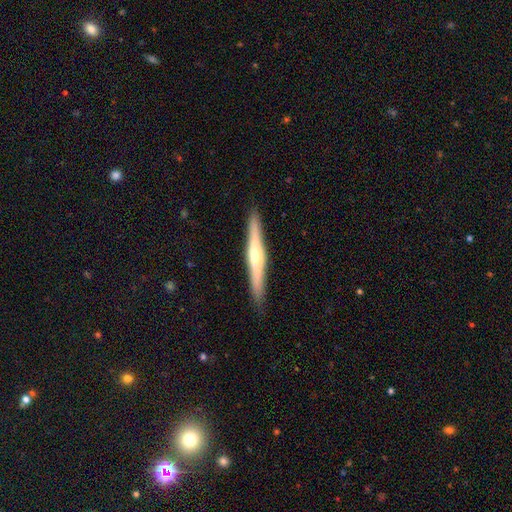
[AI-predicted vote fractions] Smooth or featured? Predicted: featured or disk (p=0.64). Edge-on disk? Predicted: yes (p=0.97). Edge-on bulge? Predicted: rounded (p=0.76). Merging? Predicted: none (p=0.90).